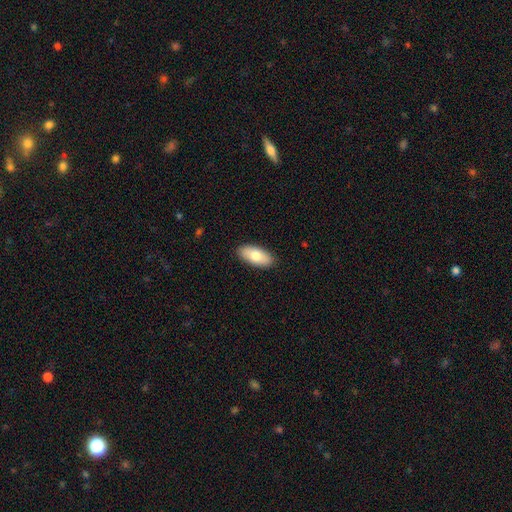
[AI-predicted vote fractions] Q: Smooth or featured?
A: smooth (77%); runner-up: featured or disk (17%)
Q: How rounded?
A: in between (90%); runner-up: cigar-shaped (8%)
Q: Merging?
A: none (89%); runner-up: minor disturbance (8%)